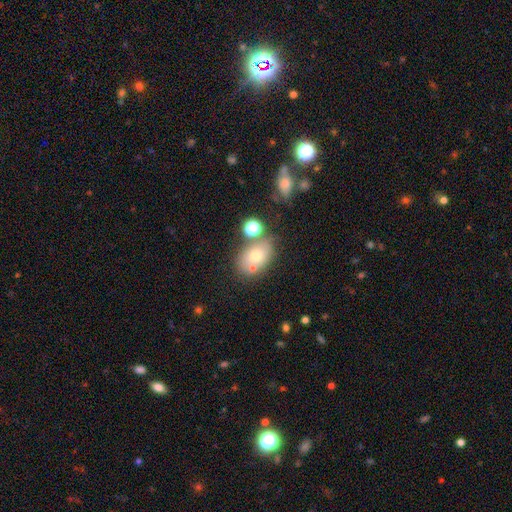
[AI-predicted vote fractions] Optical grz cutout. It shows a smooth galaxy with no disk features (66%) that is in between round and cigar-shaped (75%). Merging: none (59%).